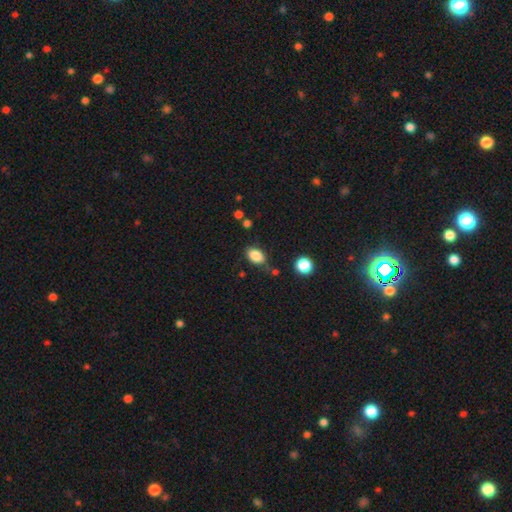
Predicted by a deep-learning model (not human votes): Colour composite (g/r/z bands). It shows a smooth galaxy with no disk features (85%) that is in between round and cigar-shaped (86%). Merging: none (71%).